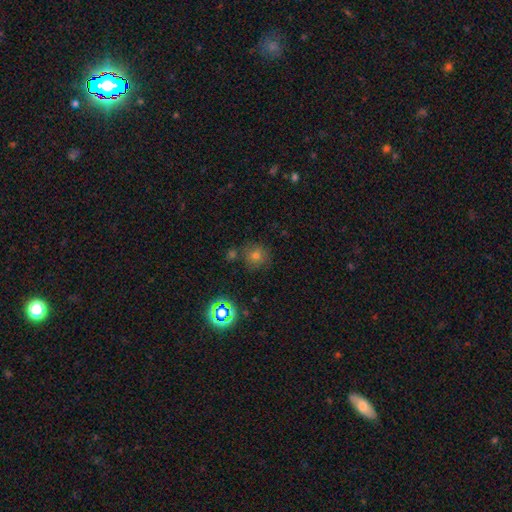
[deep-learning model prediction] Smooth or featured? smooth (60%)
How rounded? round (90%)
Merging? none (75%)